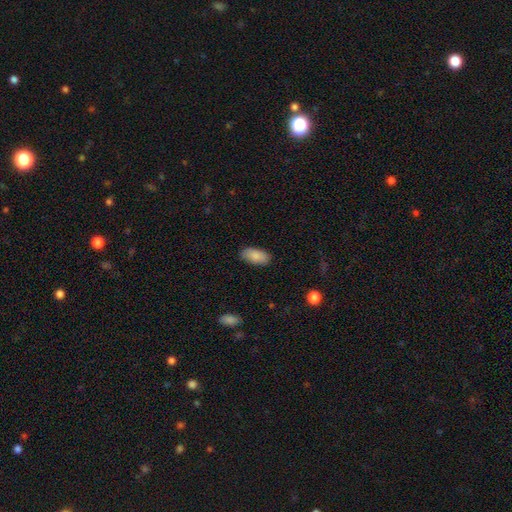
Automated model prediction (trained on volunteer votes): Morphology: type=smooth (86%); roundness=in between (94%); merging=none (86%).